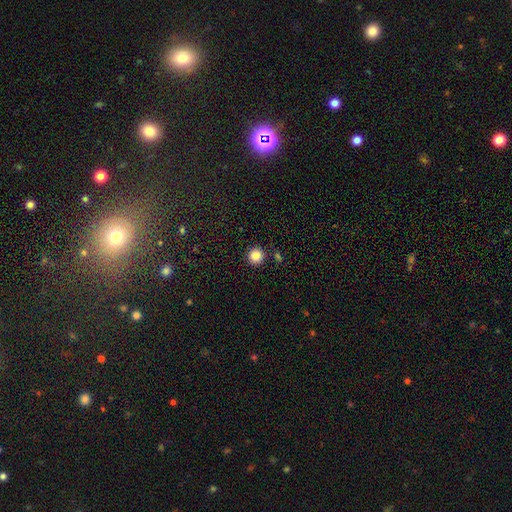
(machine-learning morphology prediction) smooth-or-featured: smooth: 85% | star or artifact: 11% | featured or disk: 5%
  how-rounded: round: 94% | in between: 5% | cigar-shaped: 1%
  merging: none: 89% | minor disturbance: 6% | merger: 3% | major disturbance: 2%